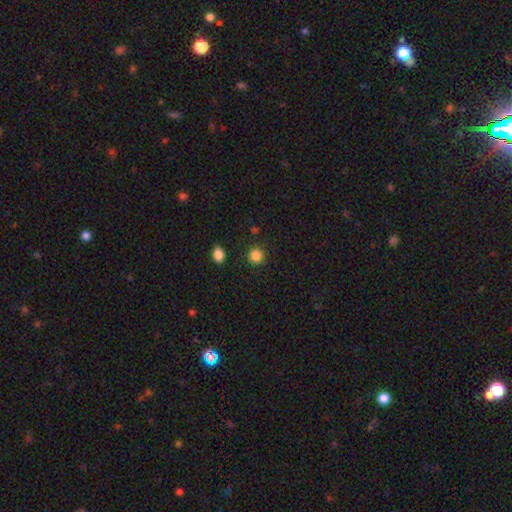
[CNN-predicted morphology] Smooth or featured: smooth — 85% (star or artifact — 11%)
How rounded: round — 91% (in between — 8%)
Merging: none — 89% (minor disturbance — 6%)